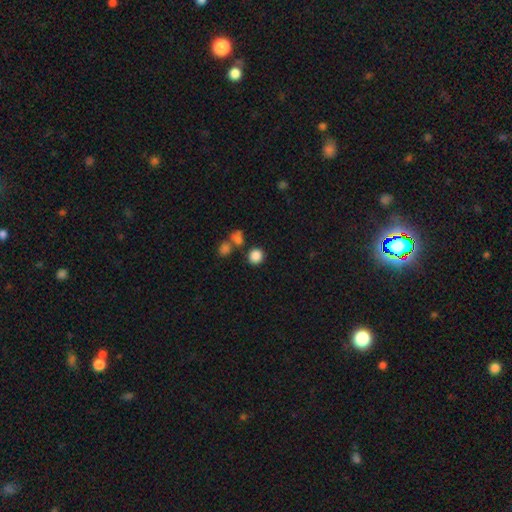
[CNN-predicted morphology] type=smooth (86%); roundness=round (86%); merging=none (77%).